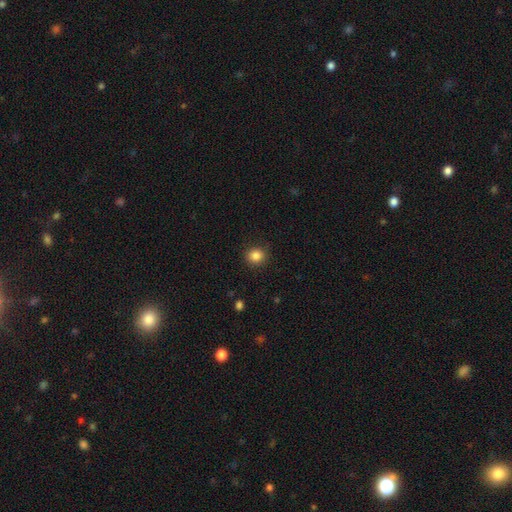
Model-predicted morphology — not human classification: This appears to be a smooth galaxy with no disk features (85%) that is round (80%). Merging: none (89%).